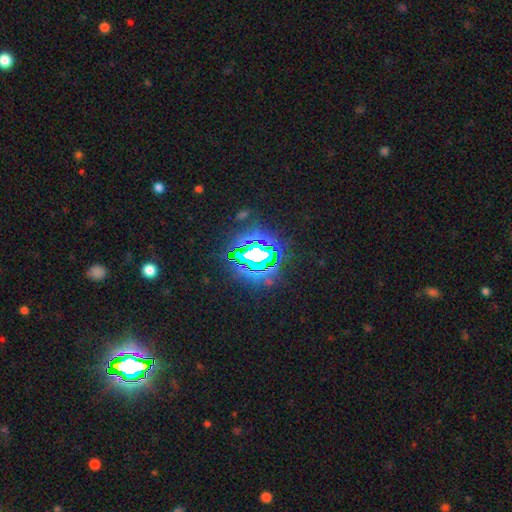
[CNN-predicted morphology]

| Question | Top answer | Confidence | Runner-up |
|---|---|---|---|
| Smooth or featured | star or artifact | 77% | smooth (11%) |